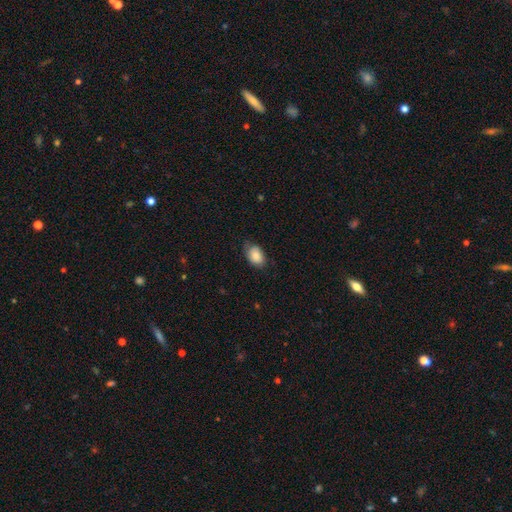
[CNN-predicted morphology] smooth-or-featured: smooth: 84% | featured or disk: 9% | star or artifact: 7%
  how-rounded: in between: 86% | round: 13% | cigar-shaped: 1%
  merging: none: 70% | minor disturbance: 24% | major disturbance: 5% | merger: 1%